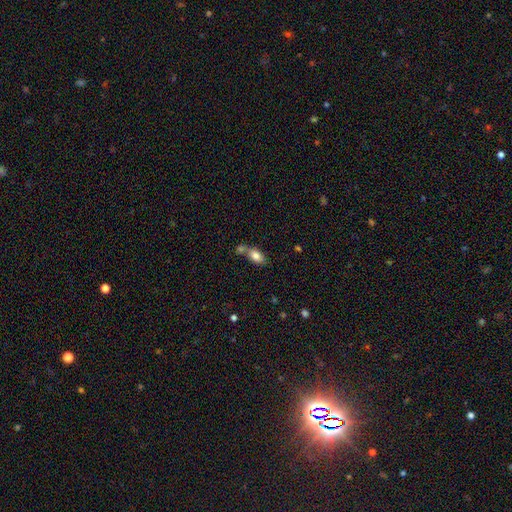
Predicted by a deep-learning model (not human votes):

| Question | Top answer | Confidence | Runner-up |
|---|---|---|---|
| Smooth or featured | smooth | 79% | featured or disk (13%) |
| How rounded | in between | 89% | round (8%) |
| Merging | none | 48% | merger (36%) |